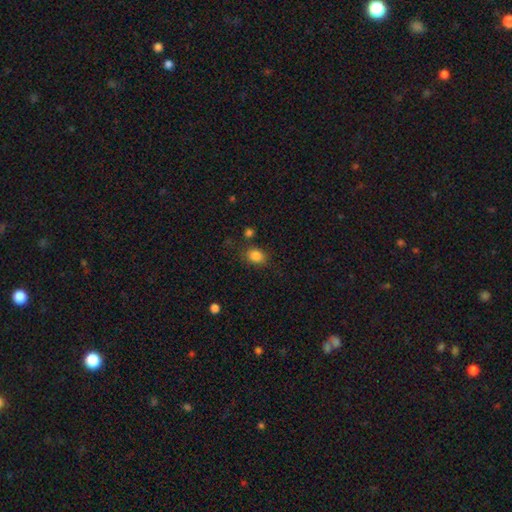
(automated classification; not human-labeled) smooth-or-featured: smooth: 84% | star or artifact: 11% | featured or disk: 6%
  how-rounded: in between: 50% | round: 49% | cigar-shaped: 1%
  merging: none: 76% | minor disturbance: 14% | merger: 5% | major disturbance: 5%